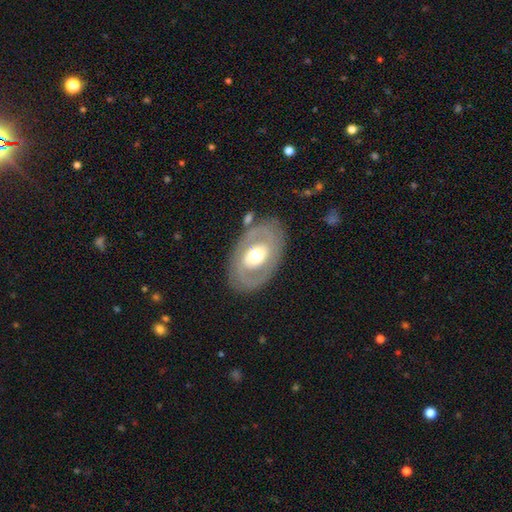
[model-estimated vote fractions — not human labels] A featured or disk galaxy (64%) with no bar (70%), no spiral arms (61%) and a moderate central bulge (65%). Merging: none (79%).